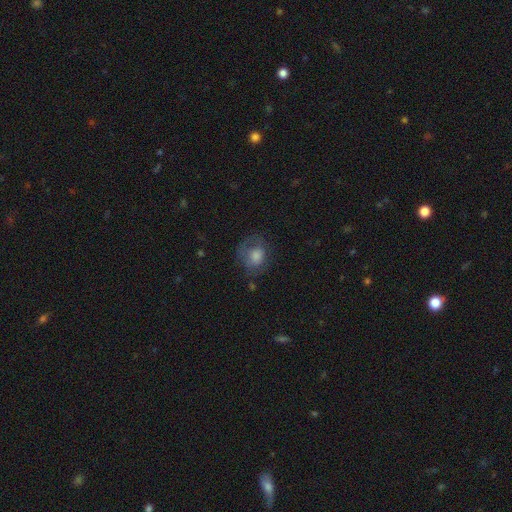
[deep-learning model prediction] Smooth or featured? smooth (59%)
How rounded? round (60%)
Merging? none (55%)